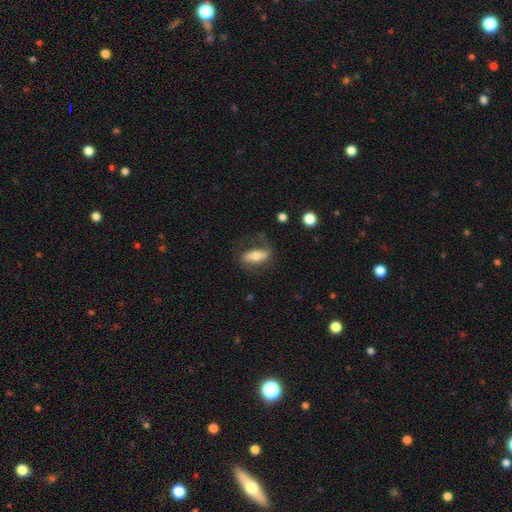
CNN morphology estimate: The model was most divided on "smooth or featured": smooth: 50%, featured or disk: 43%, star or artifact: 7%. More confident: merging — none (63%).